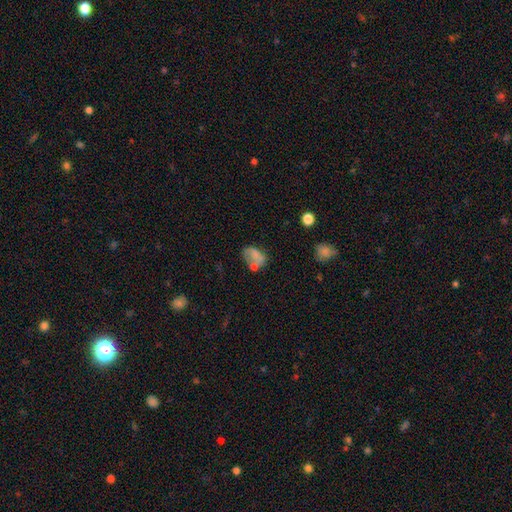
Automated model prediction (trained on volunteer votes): A smooth galaxy with no disk features (61%) that is in between round and cigar-shaped (78%). Merging: none (36%).